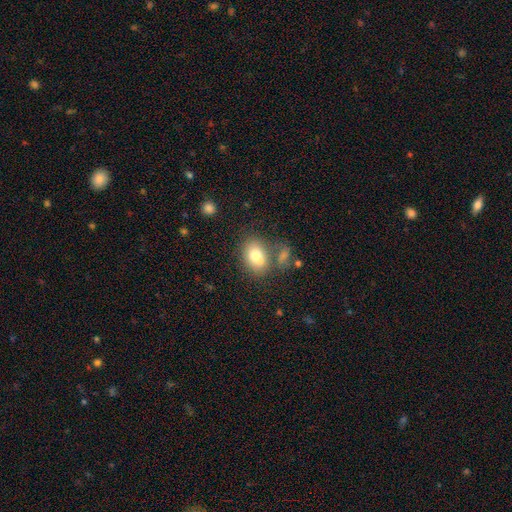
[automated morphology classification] This is likely a smooth galaxy (73%). How rounded: likely in between (68%). Merging: marginally none (44%).